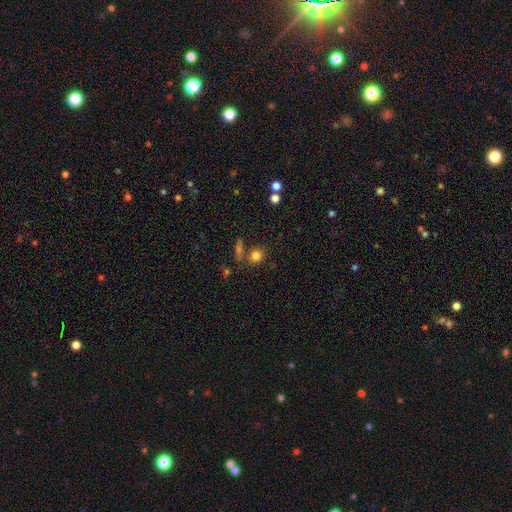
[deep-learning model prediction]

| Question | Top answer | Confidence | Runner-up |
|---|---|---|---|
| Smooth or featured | smooth | 80% | star or artifact (13%) |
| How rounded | round | 70% | in between (28%) |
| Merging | none | 69% | merger (14%) |